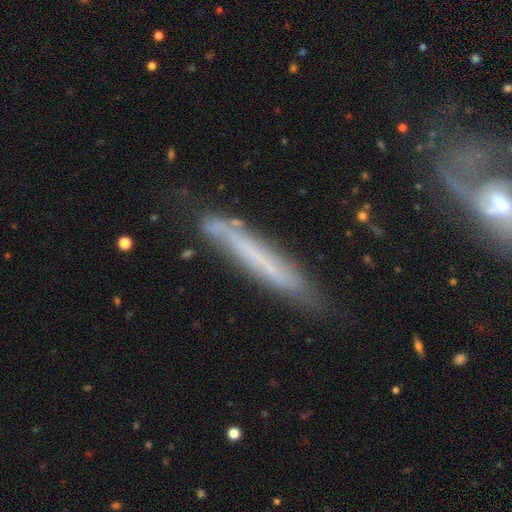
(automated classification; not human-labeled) The model was most divided on "smooth or featured": featured or disk: 54%, smooth: 38%, star or artifact: 8%. More confident: edge-on disk — yes (77%); merging — none (72%).